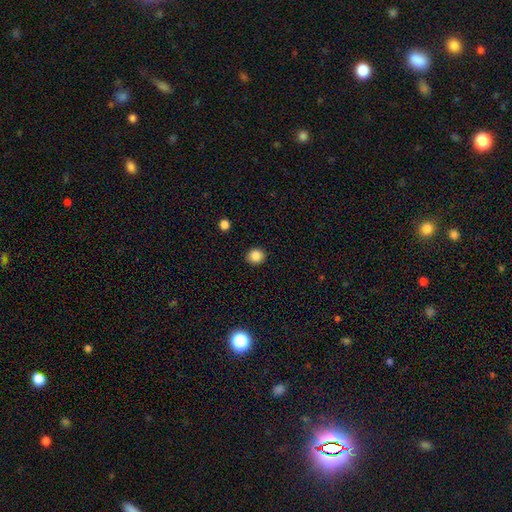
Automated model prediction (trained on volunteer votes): Smooth or featured: smooth — 85% (star or artifact — 10%)
How rounded: round — 83% (in between — 16%)
Merging: none — 91% (minor disturbance — 6%)